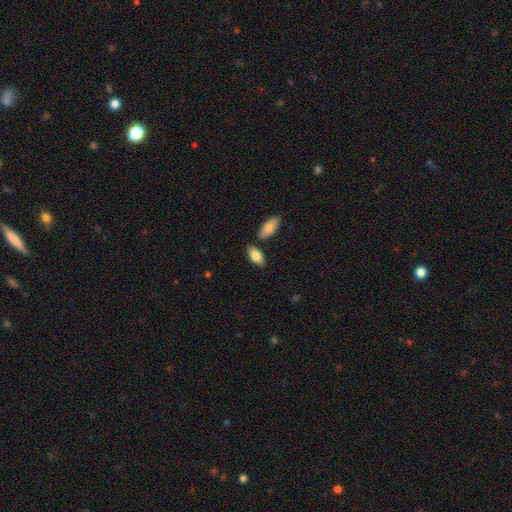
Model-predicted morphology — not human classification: The model was most divided on "merging": none: 75%, minor disturbance: 12%, merger: 10%, major disturbance: 3%. More confident: how rounded — in between (89%); smooth or featured — smooth (81%).